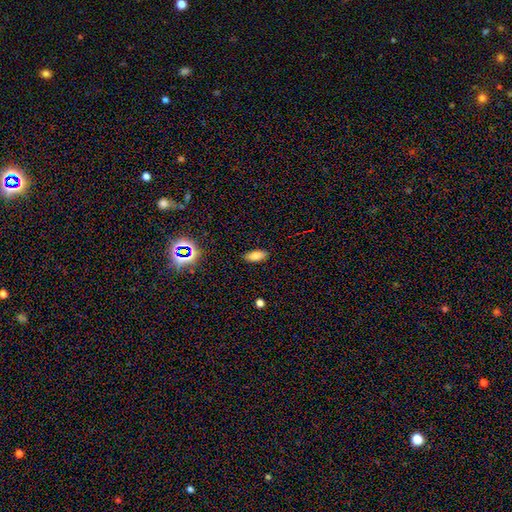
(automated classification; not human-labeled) Overall: smooth (80%). How rounded: in between (86%). Merging: none (87%).